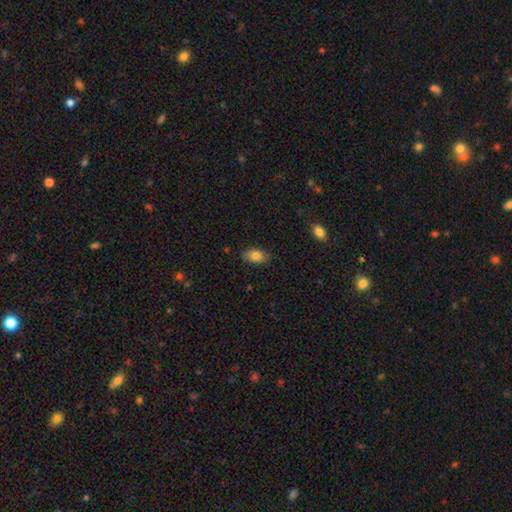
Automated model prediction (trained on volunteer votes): Smooth or featured?
  - smooth: 82% *
  - featured or disk: 10%
  - star or artifact: 8%
How rounded?
  - in between: 89% *
  - round: 9%
  - cigar-shaped: 2%
Merging?
  - none: 84% *
  - minor disturbance: 13%
  - major disturbance: 3%
  - merger: 1%